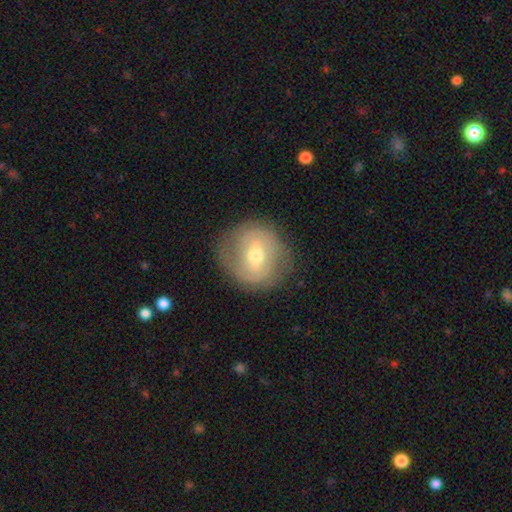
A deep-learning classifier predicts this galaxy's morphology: featured or disk 59%, smooth 34%, star or artifact 7%. Down the decision tree: edge-on disk — no (96%); bar — weak (48%); spiral arms — yes (70%); bulge size — moderate (67%); merging — none (78%).